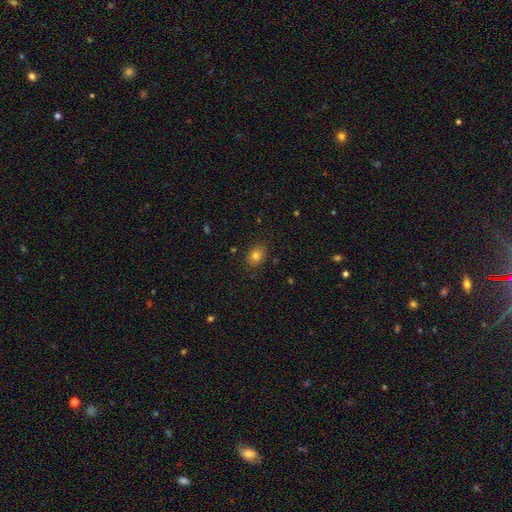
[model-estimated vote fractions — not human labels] Smooth or featured? Predicted: smooth (p=0.81). How rounded? Predicted: in between (p=0.60). Merging? Predicted: none (p=0.85).